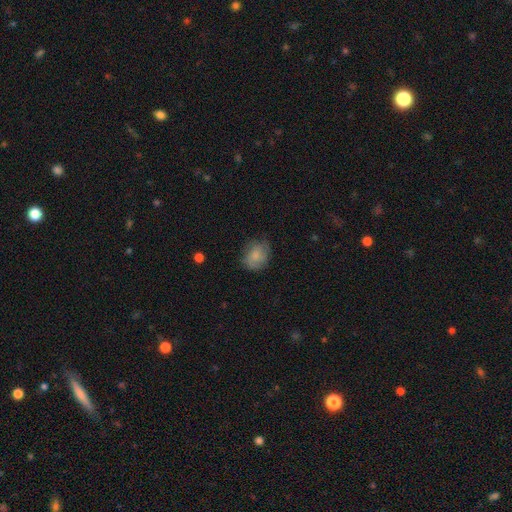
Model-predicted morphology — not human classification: A smooth galaxy with no disk features (74%) that is in between round and cigar-shaped (51%). Merging: none (65%).